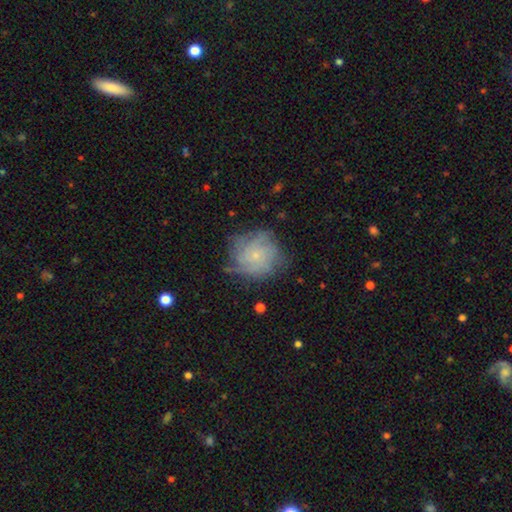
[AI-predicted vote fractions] Overall: featured or disk (61%; smooth 29%). Edge-on disk: no (97%). Bar: no (84%). Spiral arms: yes (86%). Spiral arm count: can't tell (46%; 4 16%). Spiral winding: tight (60%; medium 29%). Bulge size: small (82%). Merging: none (66%).